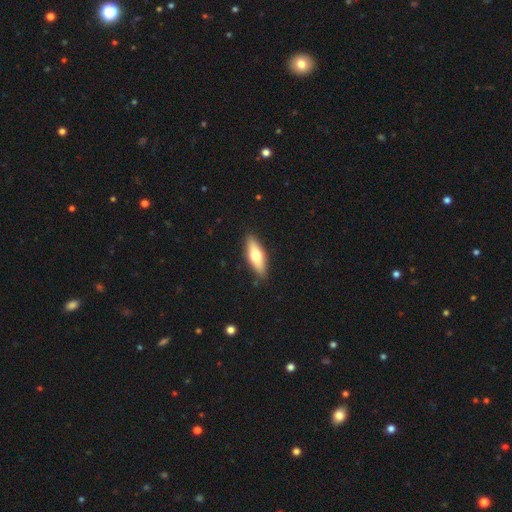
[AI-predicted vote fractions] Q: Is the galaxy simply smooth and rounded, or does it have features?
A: smooth — 59%.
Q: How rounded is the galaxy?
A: in between — 55%.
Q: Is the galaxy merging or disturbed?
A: none — 88%.